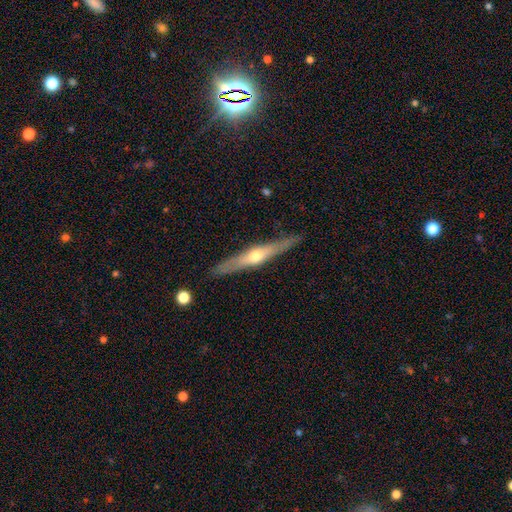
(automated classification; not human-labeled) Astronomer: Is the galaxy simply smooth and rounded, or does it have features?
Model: featured or disk — 69%.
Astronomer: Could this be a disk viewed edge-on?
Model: yes — 96%.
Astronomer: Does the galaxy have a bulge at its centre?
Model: rounded — 91%.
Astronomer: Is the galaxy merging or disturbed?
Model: none — 89%.